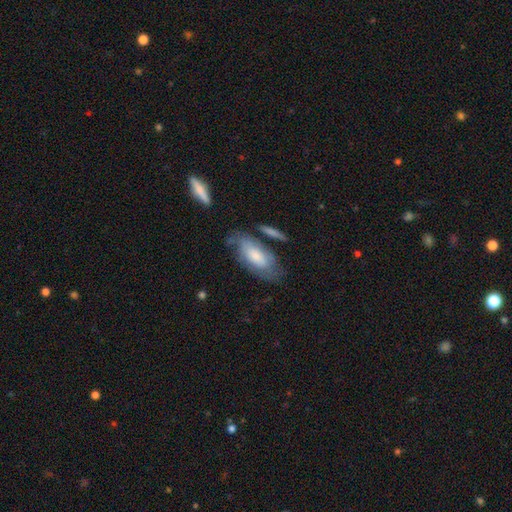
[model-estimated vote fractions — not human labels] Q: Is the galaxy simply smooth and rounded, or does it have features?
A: smooth — 55%.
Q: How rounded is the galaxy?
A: in between — 87%.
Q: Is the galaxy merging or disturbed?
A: none — 55%.